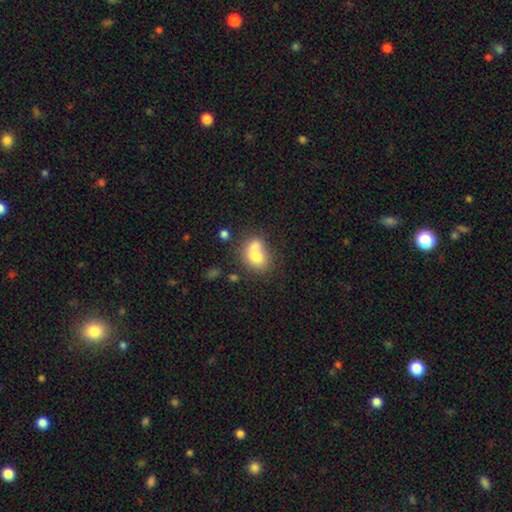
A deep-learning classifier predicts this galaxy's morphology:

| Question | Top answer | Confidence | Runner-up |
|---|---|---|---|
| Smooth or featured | smooth | 71% | featured or disk (20%) |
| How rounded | in between | 55% | round (44%) |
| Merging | merger | 56% | none (28%) |